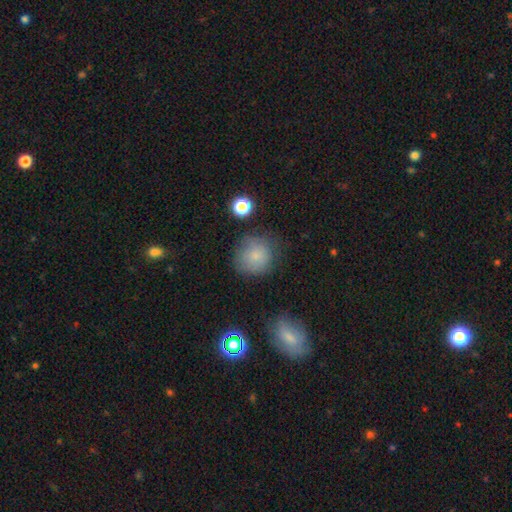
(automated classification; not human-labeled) This appears to be a smooth galaxy with no disk features (80%) that is round (88%). Merging: none (72%).